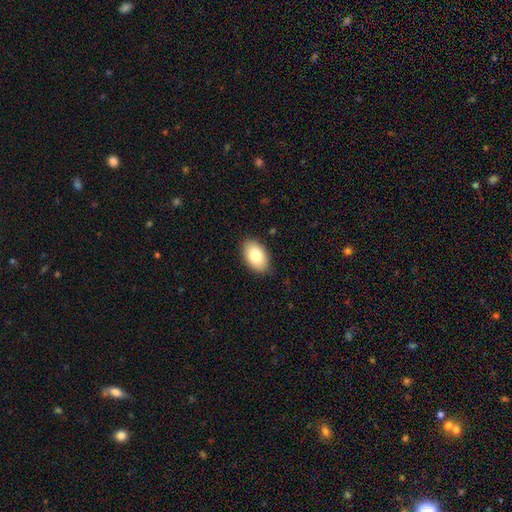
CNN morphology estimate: smooth_or_featured: smooth (p=0.81) [alt: featured or disk p=0.13]
how_rounded: in between (p=0.92) [alt: round p=0.07]
merging: none (p=0.87) [alt: minor disturbance p=0.10]